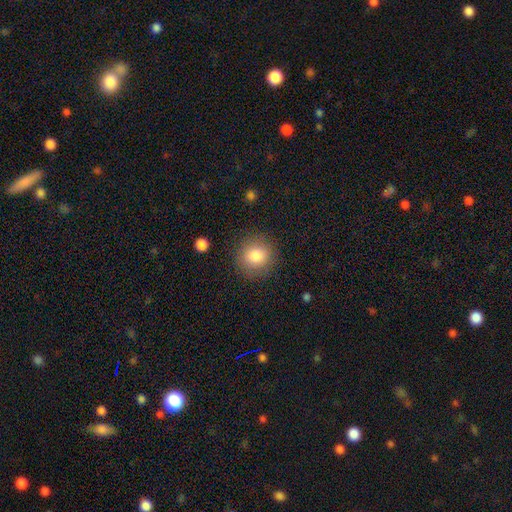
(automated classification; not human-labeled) A smooth galaxy with no disk features (83%) that is round (89%).

Vote fractions:
- Smooth or featured? smooth: 83% / star or artifact: 10% / featured or disk: 8%
- How rounded? round: 89% / in between: 10% / cigar-shaped: 1%
- Merging? none: 87% / minor disturbance: 8% / major disturbance: 3% / merger: 1%